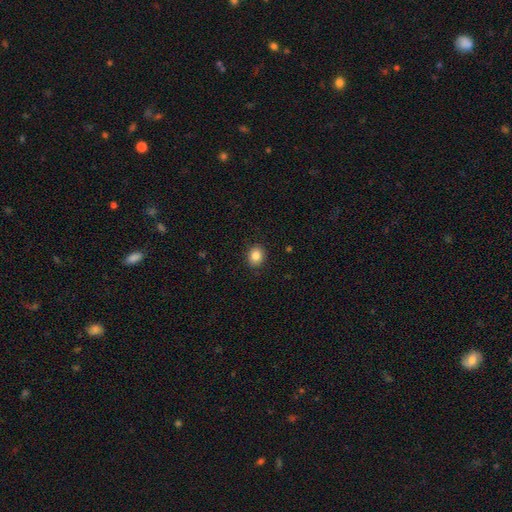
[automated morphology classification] A smooth galaxy with no disk features (85%) that is round (63%).

Vote fractions:
- Smooth or featured? smooth: 85% / star or artifact: 10% / featured or disk: 5%
- How rounded? round: 63% / in between: 36% / cigar-shaped: 1%
- Merging? none: 90% / minor disturbance: 7% / major disturbance: 2% / merger: 1%